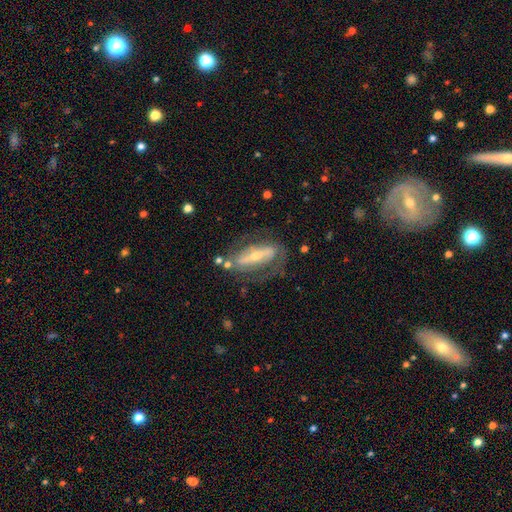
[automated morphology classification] Smooth or featured?
  - featured or disk: 76% *
  - smooth: 18%
  - star or artifact: 6%
Edge-on disk?
  - no: 76% *
  - yes: 24%
Bar?
  - strong: 63% *
  - weak: 19%
  - no: 18%
Spiral arms?
  - yes: 71% *
  - no: 29%
Bulge size?
  - small: 48% *
  - moderate: 44%
  - large: 4%
  - none: 2%
  - dominant: 1%
Merging?
  - none: 62% *
  - minor disturbance: 19%
  - major disturbance: 15%
  - merger: 4%